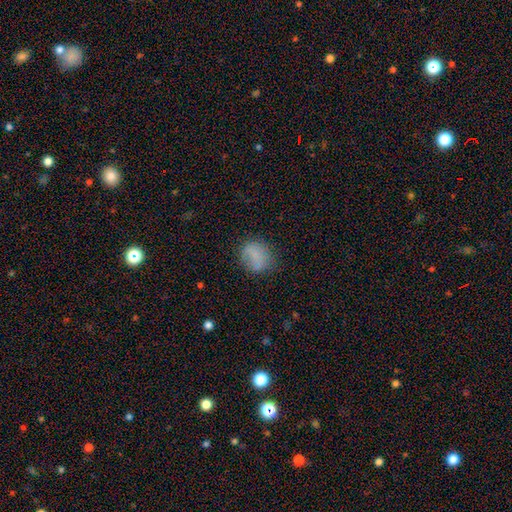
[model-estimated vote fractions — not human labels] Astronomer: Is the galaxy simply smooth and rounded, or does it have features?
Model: smooth — 76%.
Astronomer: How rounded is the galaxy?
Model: round — 69%.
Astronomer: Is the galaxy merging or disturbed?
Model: none — 67%.